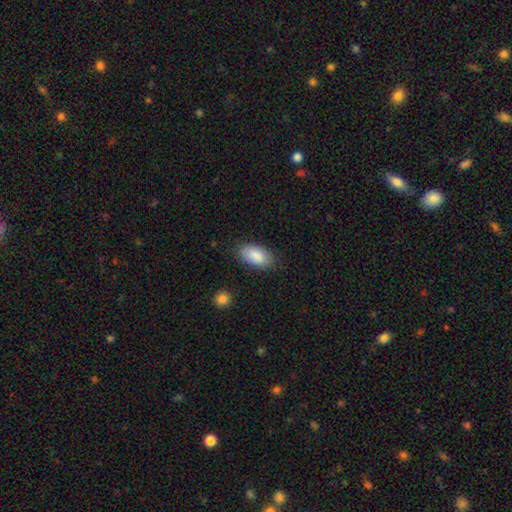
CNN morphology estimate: This is clearly a smooth galaxy (88%). How rounded: clearly in between (94%). Merging: likely none (79%).